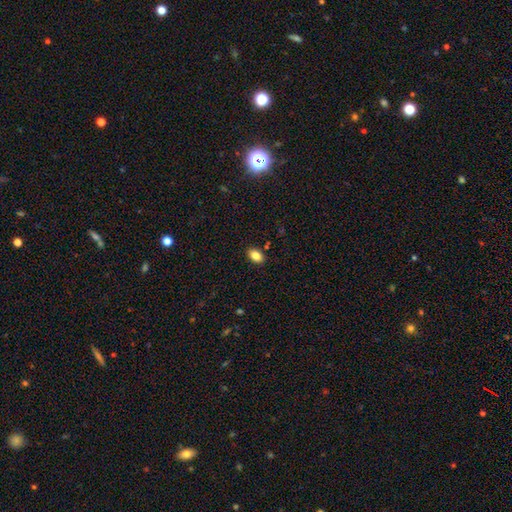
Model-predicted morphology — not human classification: This appears to be a smooth galaxy with no disk features (85%) that is in between round and cigar-shaped (88%). Merging: none (87%).